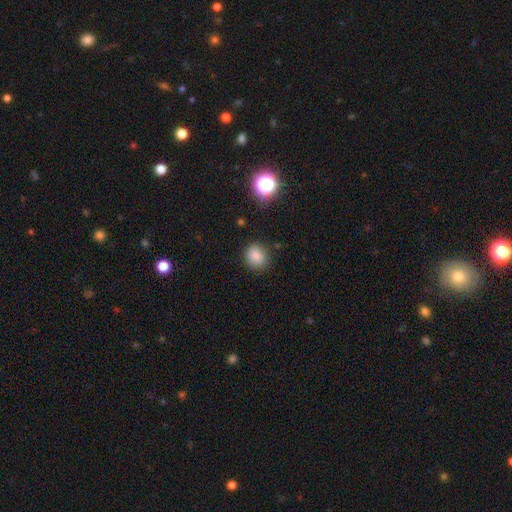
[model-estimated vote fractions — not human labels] This appears to be a smooth galaxy with no disk features (82%) that is round (77%). Merging: none (85%).